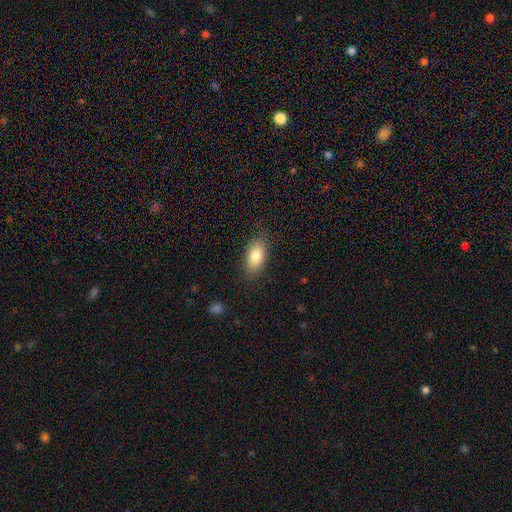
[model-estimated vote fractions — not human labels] Q: Smooth or featured?
A: smooth (82%); runner-up: featured or disk (11%)
Q: How rounded?
A: in between (90%); runner-up: round (5%)
Q: Merging?
A: none (83%); runner-up: minor disturbance (12%)